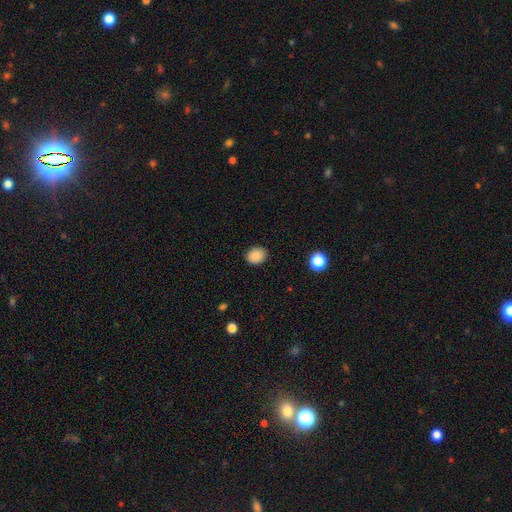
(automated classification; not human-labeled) This appears to be a smooth galaxy with no disk features (87%) that is round (52%). Merging: none (88%).